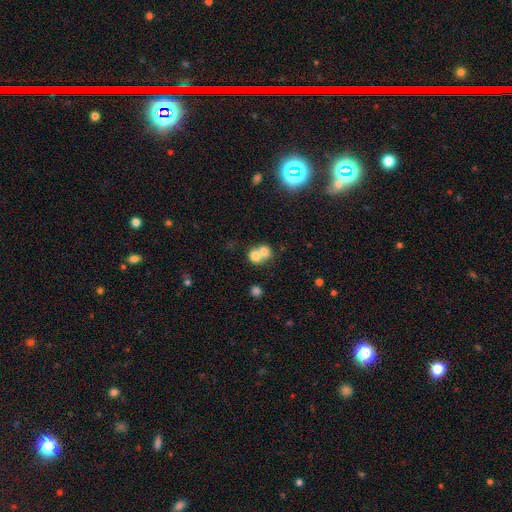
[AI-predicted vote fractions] Overall: smooth (72%). How rounded: round (60%; in between 39%). Merging: merger (70%).